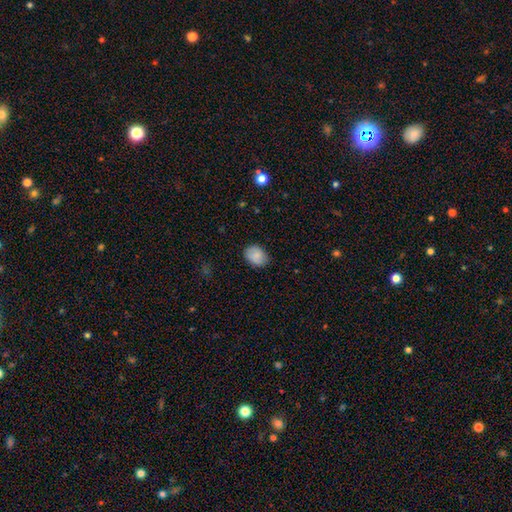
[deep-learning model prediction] The model was most divided on "how rounded": in between: 70%, round: 29%, cigar-shaped: 1%. More confident: smooth or featured — smooth (84%); merging — none (82%).